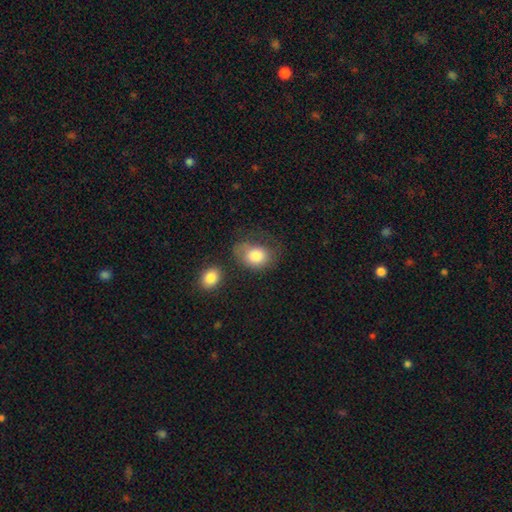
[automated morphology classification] Smooth or featured? smooth (81%)
How rounded? in between (65%)
Merging? none (40%)